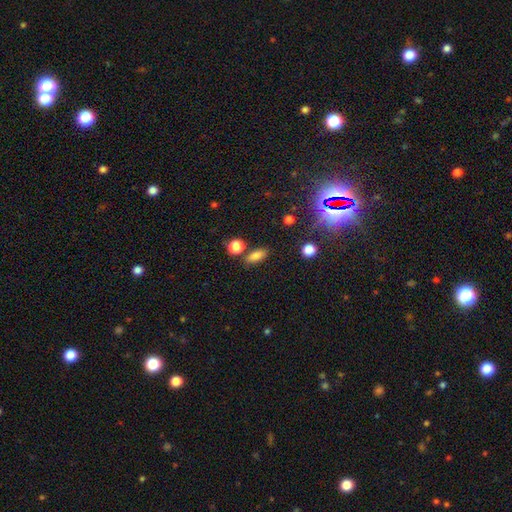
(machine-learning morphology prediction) smooth-or-featured: smooth: 81% | star or artifact: 12% | featured or disk: 6%
  how-rounded: in between: 76% | cigar-shaped: 14% | round: 10%
  merging: none: 78% | minor disturbance: 11% | merger: 7% | major disturbance: 3%